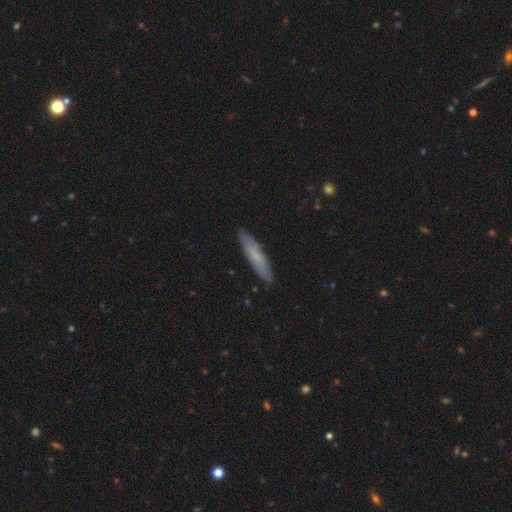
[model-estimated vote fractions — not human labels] The model was most divided on "smooth or featured": smooth: 67%, featured or disk: 27%, star or artifact: 6%. More confident: merging — none (89%); how rounded — cigar-shaped (84%).